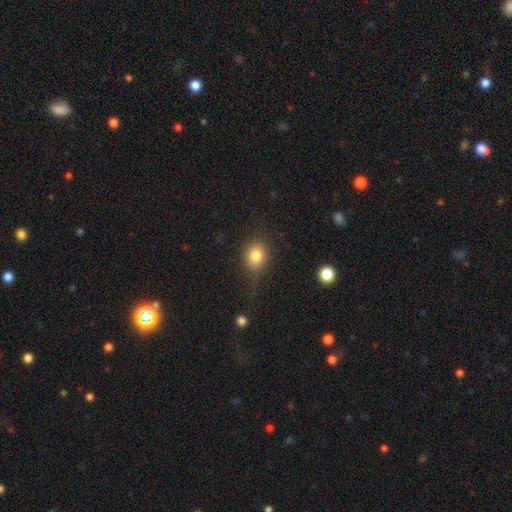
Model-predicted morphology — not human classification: smooth_or_featured: smooth (p=0.80) [alt: star or artifact p=0.11]
how_rounded: round (p=0.53) [alt: in between p=0.45]
merging: none (p=0.63) [alt: minor disturbance p=0.22]